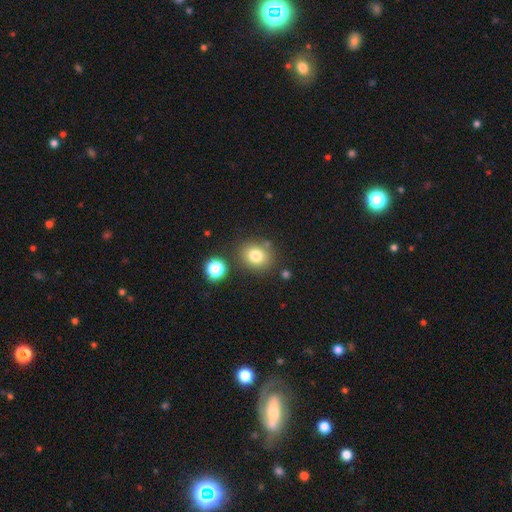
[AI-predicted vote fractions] This is likely a smooth galaxy (78%). How rounded: likely round (74%). Merging: likely none (79%).